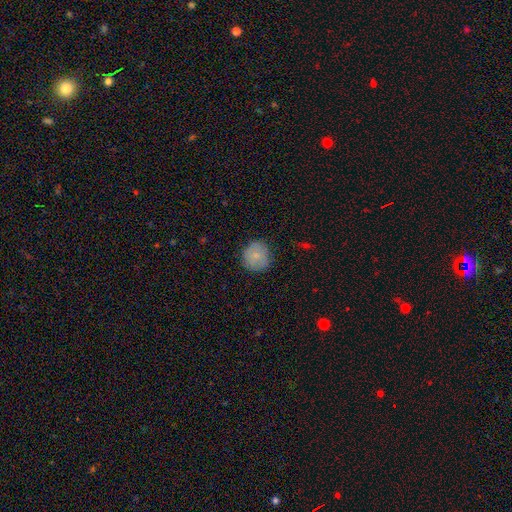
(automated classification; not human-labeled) Smooth or featured? smooth (80%)
How rounded? round (91%)
Merging? none (81%)